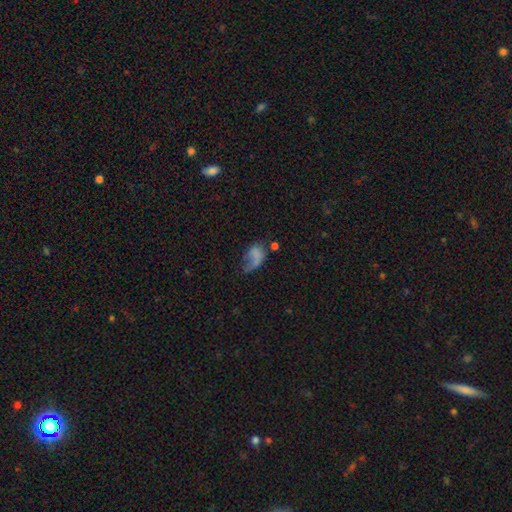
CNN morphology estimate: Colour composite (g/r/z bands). It shows a smooth galaxy with no disk features (57%) that is in between round and cigar-shaped (81%). Merging: major disturbance (49%).